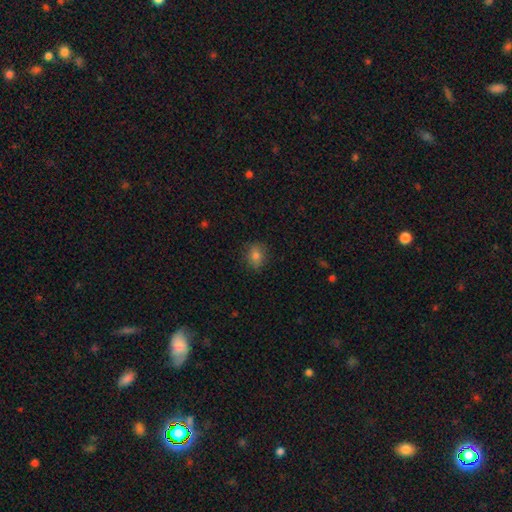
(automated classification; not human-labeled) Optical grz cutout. It shows a smooth galaxy with no disk features (79%) that is round (59%). Merging: none (85%).